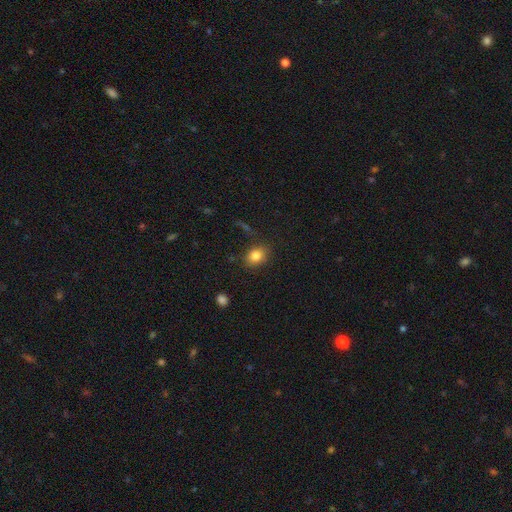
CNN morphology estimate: smooth_or_featured: smooth (p=0.82) [alt: star or artifact p=0.10]
how_rounded: in between (p=0.53) [alt: round p=0.45]
merging: none (p=0.81) [alt: minor disturbance p=0.13]